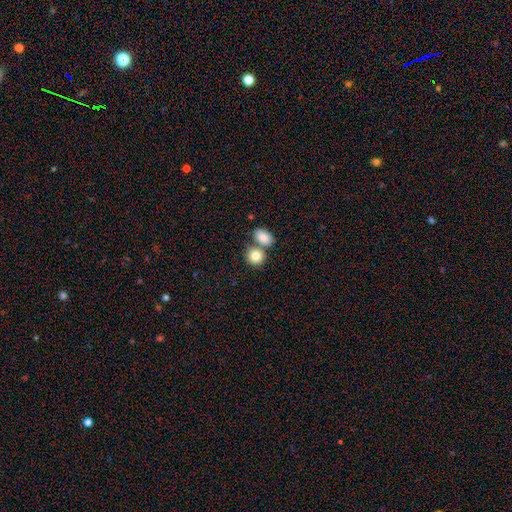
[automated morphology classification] smooth_or_featured: smooth (p=0.84) [alt: featured or disk p=0.08]
how_rounded: round (p=0.71) [alt: in between p=0.28]
merging: none (p=0.52) [alt: merger p=0.37]